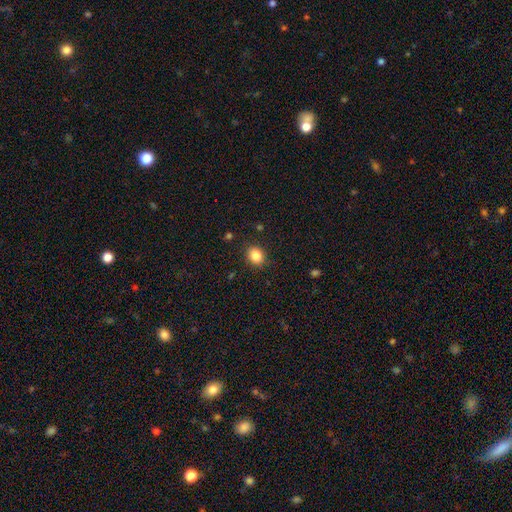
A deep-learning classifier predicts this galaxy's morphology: This is clearly a smooth galaxy (85%). How rounded: possibly round (59%). Merging: clearly none (87%).